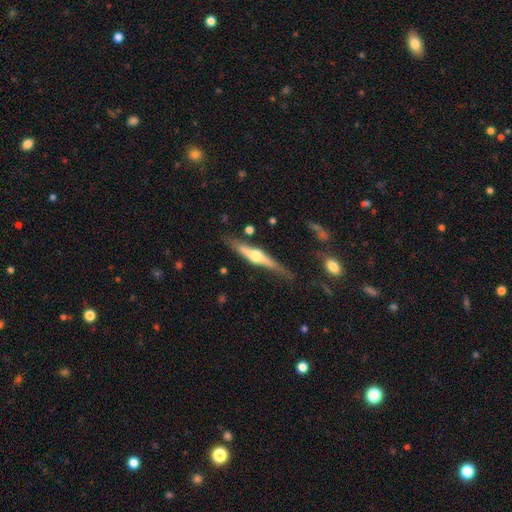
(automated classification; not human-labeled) The model was most divided on "smooth or featured": featured or disk: 71%, smooth: 24%, star or artifact: 5%. More confident: edge-on disk — yes (96%); edge-on bulge — rounded (92%); merging — none (79%).